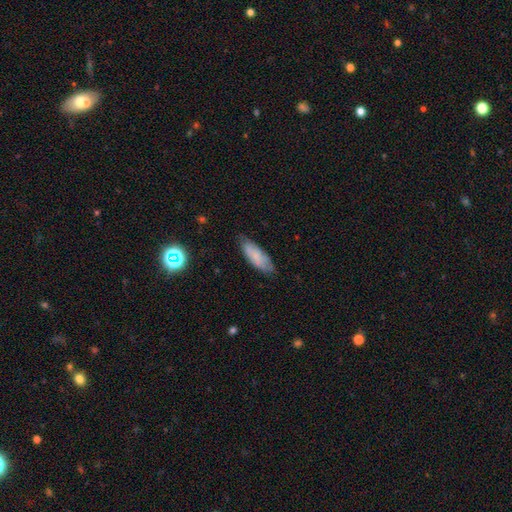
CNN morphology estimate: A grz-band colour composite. It shows a smooth galaxy with no disk features (74%) that is in between round and cigar-shaped (62%). Merging: none (75%).